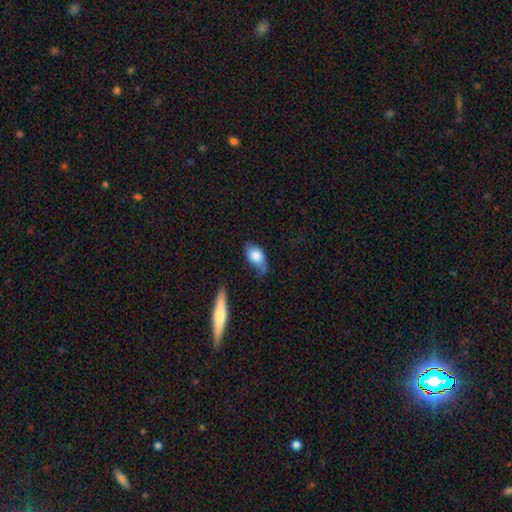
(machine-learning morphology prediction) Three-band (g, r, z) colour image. It shows a smooth galaxy with no disk features (76%) that is in between round and cigar-shaped (89%). Merging: none (48%).